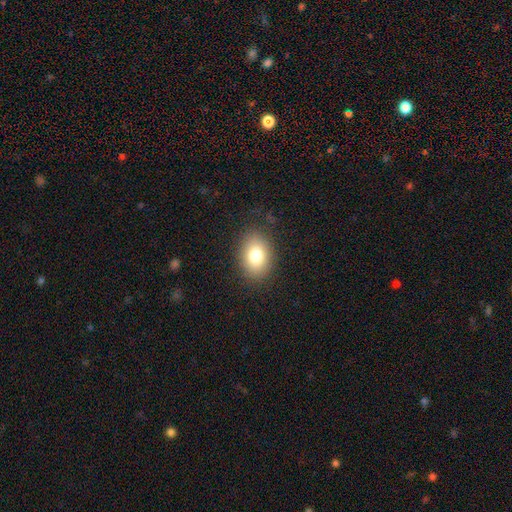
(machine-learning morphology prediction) A smooth galaxy with no disk features (79%) that is in between round and cigar-shaped (73%). Merging: none (84%).